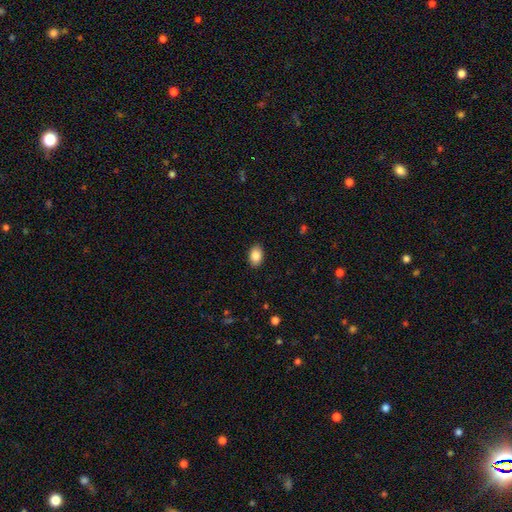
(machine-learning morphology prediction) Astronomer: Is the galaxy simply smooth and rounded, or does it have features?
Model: smooth — 87%.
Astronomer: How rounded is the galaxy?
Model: in between — 84%.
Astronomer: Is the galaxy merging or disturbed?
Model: none — 89%.